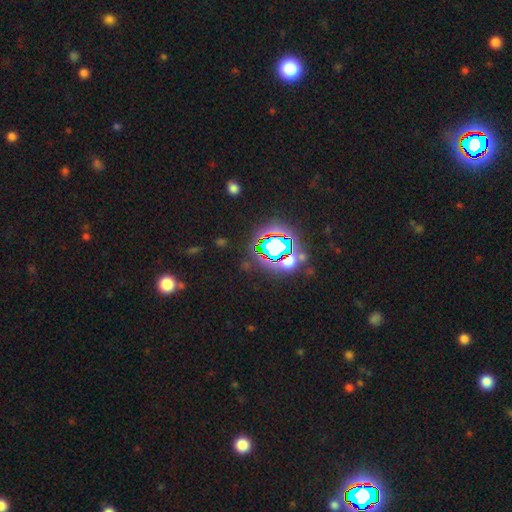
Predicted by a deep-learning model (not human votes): Overall: star or artifact (81%).